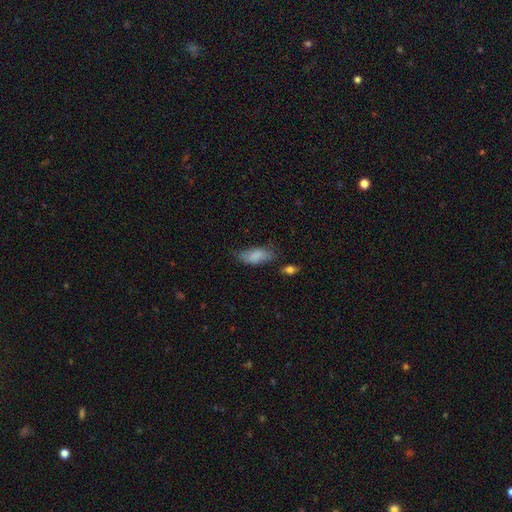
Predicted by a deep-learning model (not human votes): smooth 82%, featured or disk 11%, star or artifact 7%. Down the decision tree: how rounded — in between (86%); merging — none (55%).